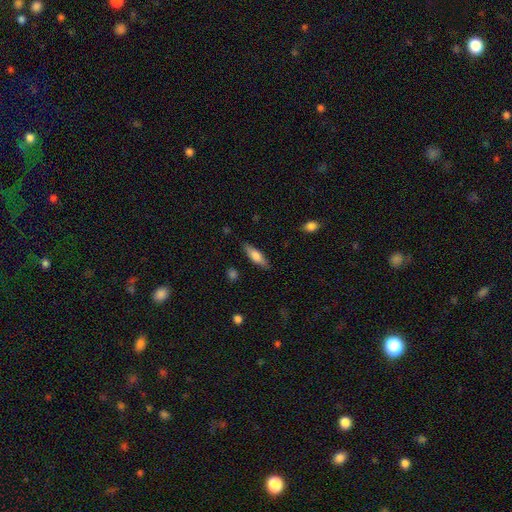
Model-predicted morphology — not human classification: Smooth or featured? smooth (64%)
How rounded? cigar-shaped (54%)
Merging? none (86%)